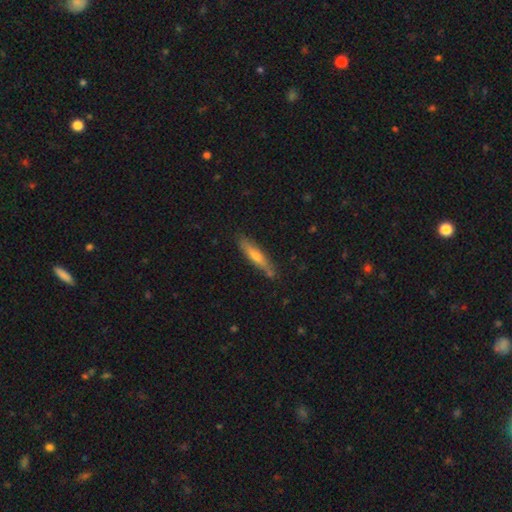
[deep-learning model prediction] This is possibly a smooth galaxy (54%). How rounded: clearly cigar-shaped (85%). Merging: clearly none (80%).